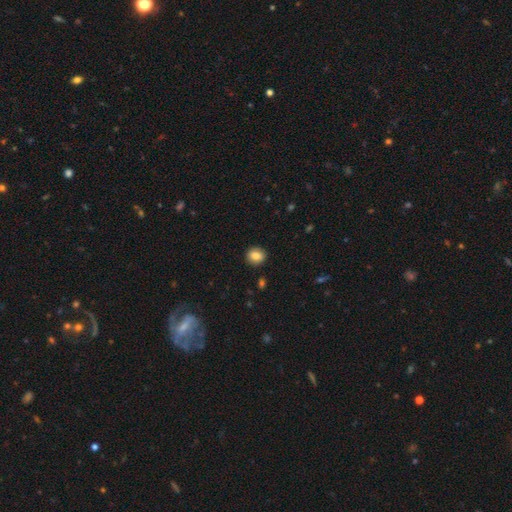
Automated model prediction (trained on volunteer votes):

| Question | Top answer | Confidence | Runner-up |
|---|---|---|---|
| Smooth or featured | smooth | 83% | star or artifact (9%) |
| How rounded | round | 79% | in between (21%) |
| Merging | none | 91% | minor disturbance (6%) |